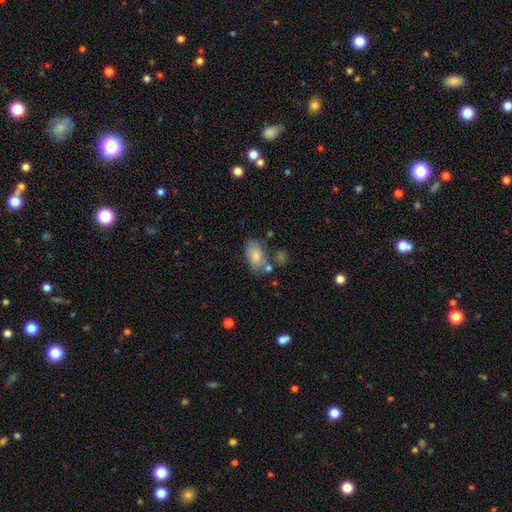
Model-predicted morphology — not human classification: smooth-or-featured: smooth: 80% | featured or disk: 13% | star or artifact: 7%
  how-rounded: in between: 91% | round: 7% | cigar-shaped: 2%
  merging: none: 54% | minor disturbance: 23% | merger: 13% | major disturbance: 9%